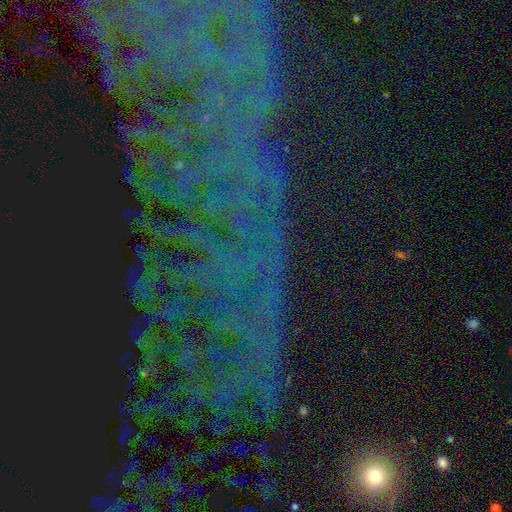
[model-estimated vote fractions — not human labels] A star or artifact, not a galaxy (69%).

Vote fractions:
- Smooth or featured? star or artifact: 69% / featured or disk: 18% / smooth: 12%